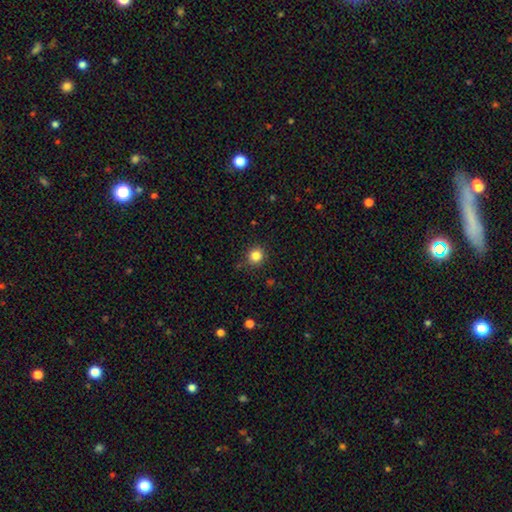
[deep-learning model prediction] Smooth or featured: smooth — 84% (star or artifact — 12%)
How rounded: round — 91% (in between — 8%)
Merging: none — 87% (minor disturbance — 9%)